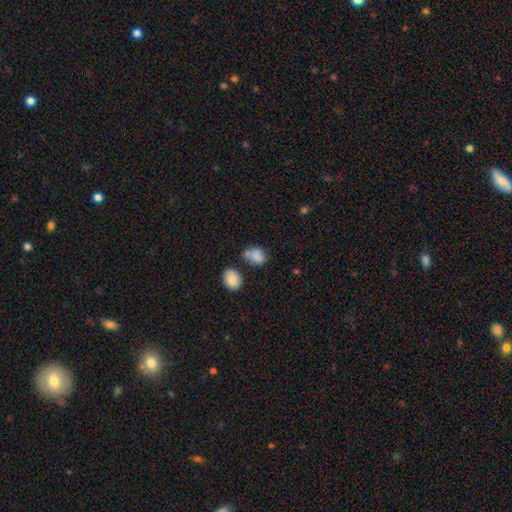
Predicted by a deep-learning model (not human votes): Overall: smooth (82%). How rounded: in between (59%; round 39%). Merging: none (44%; merger 27%).